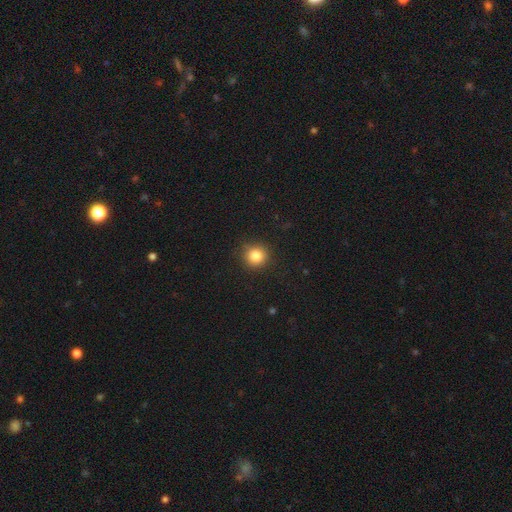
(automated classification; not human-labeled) The model was most divided on "smooth or featured": smooth: 84%, star or artifact: 11%, featured or disk: 5%. More confident: how rounded — round (92%); merging — none (90%).